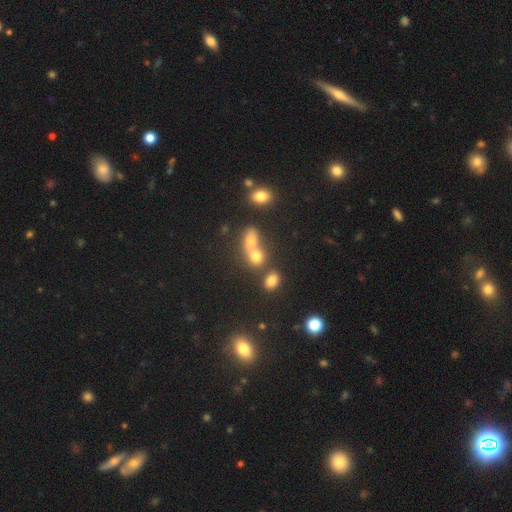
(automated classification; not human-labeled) smooth 65%, star or artifact 21%, featured or disk 15%. Down the decision tree: how rounded — round (59%); merging — merger (54%).